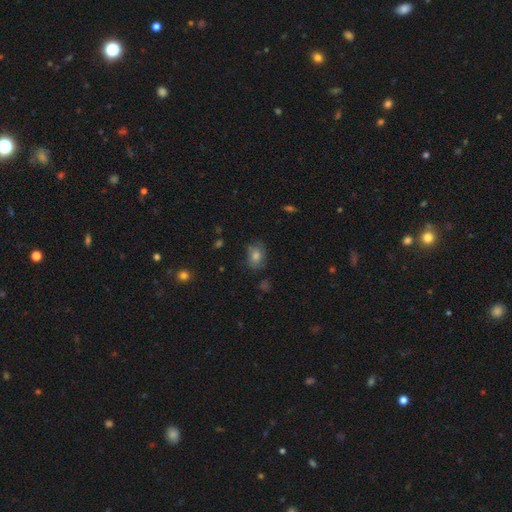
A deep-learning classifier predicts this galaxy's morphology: The model was most divided on "how rounded": in between: 61%, round: 37%, cigar-shaped: 1%. More confident: merging — none (72%); smooth or featured — smooth (58%).